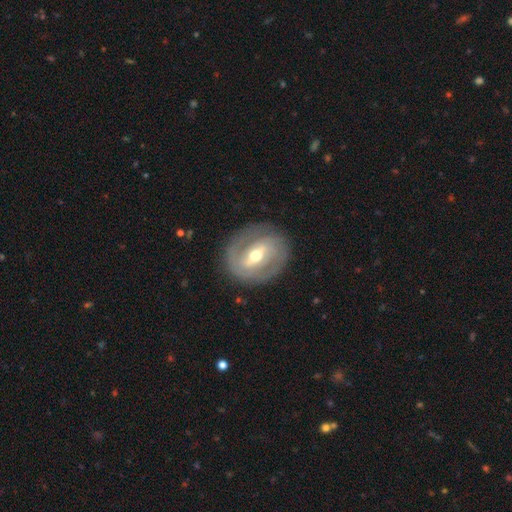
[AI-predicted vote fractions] A featured or disk galaxy (78%) with a strong bar (45%), 2 (68%) tight (55%) spiral arms (80%) and a moderate central bulge (69%).

Vote fractions:
- Smooth or featured? featured or disk: 78% / smooth: 16% / star or artifact: 5%
- Edge-on disk? no: 95% / yes: 5%
- Bar? strong: 45% / weak: 40% / no: 15%
- Spiral arms? yes: 80% / no: 20%
- Spiral winding? tight: 55% / medium: 33% / loose: 12%
- Spiral arm count? 2: 68% / can't tell: 17% / 3: 6% / 1: 6% / 4: 2% / more than 4: 2%
- Bulge size? moderate: 69% / small: 25% / large: 5% / dominant: 1% / none: 1%
- Merging? none: 82% / minor disturbance: 12% / major disturbance: 5% / merger: 1%